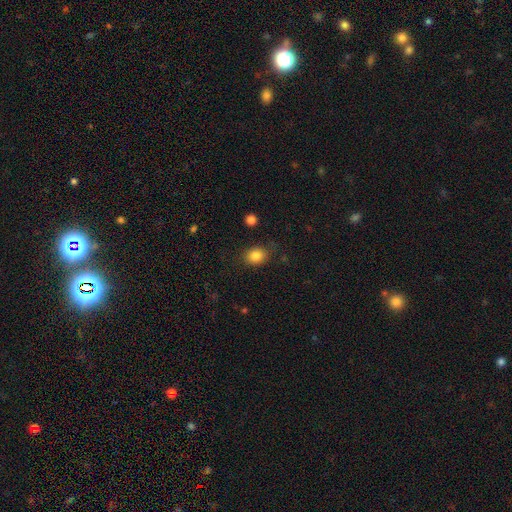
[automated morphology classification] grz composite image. It shows a smooth galaxy with no disk features (85%) that is round (51%). Merging: none (78%).